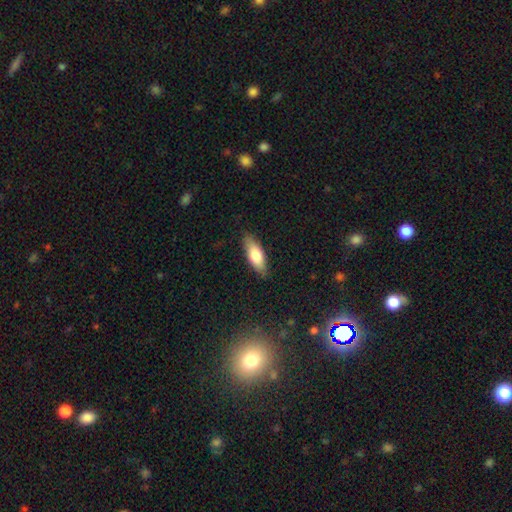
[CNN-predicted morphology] Smooth or featured?
  - smooth: 78% *
  - featured or disk: 16%
  - star or artifact: 6%
How rounded?
  - in between: 69% *
  - cigar-shaped: 29%
  - round: 2%
Merging?
  - none: 85% *
  - minor disturbance: 12%
  - major disturbance: 2%
  - merger: 1%